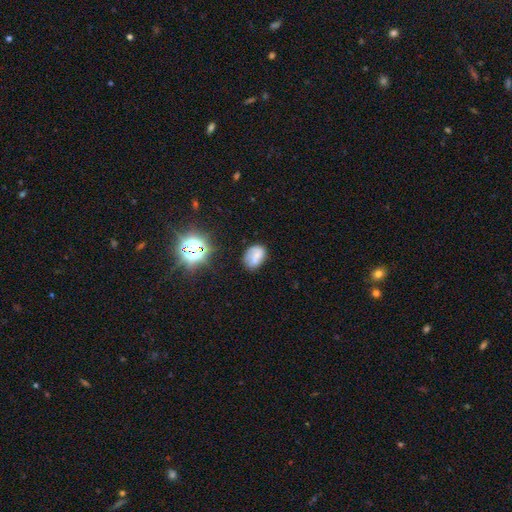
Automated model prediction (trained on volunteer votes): smooth_or_featured: smooth (p=0.54) [alt: featured or disk p=0.30]
how_rounded: in between (p=0.72) [alt: round p=0.27]
merging: none (p=0.59) [alt: minor disturbance p=0.25]